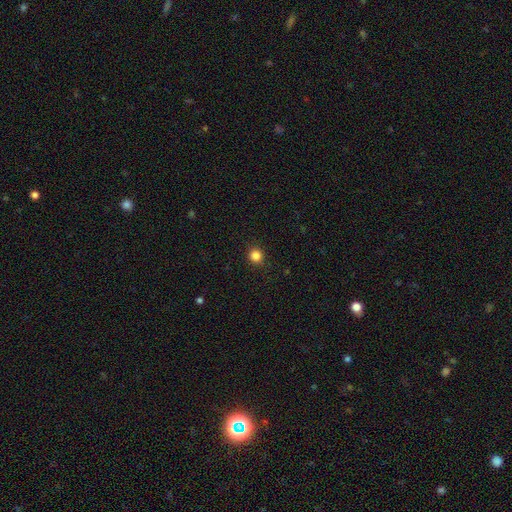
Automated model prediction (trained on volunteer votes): Q: Smooth or featured?
A: smooth (85%); runner-up: star or artifact (12%)
Q: How rounded?
A: round (92%); runner-up: in between (7%)
Q: Merging?
A: none (91%); runner-up: minor disturbance (6%)